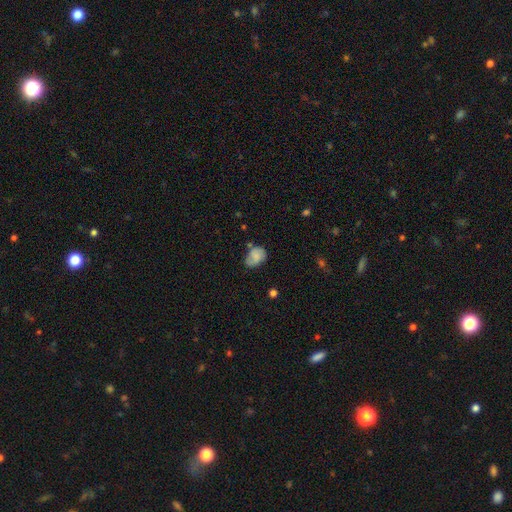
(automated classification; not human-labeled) smooth 69%, featured or disk 22%, star or artifact 9%. Down the decision tree: how rounded — in between (71%); merging — none (48%).